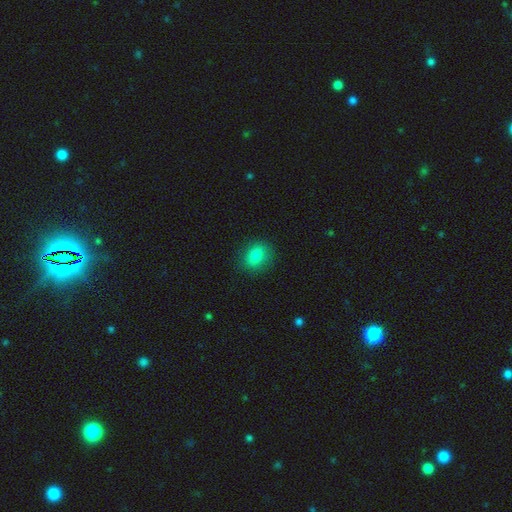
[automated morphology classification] Smooth or featured? smooth (81%)
How rounded? round (51%)
Merging? none (85%)